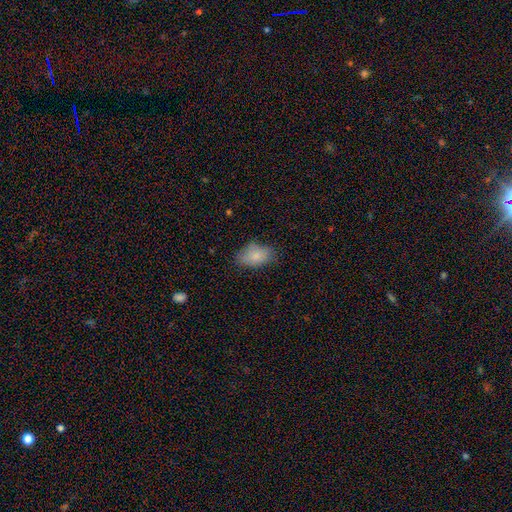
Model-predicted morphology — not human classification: Smooth or featured?
  - smooth: 83% *
  - featured or disk: 9%
  - star or artifact: 7%
How rounded?
  - in between: 91% *
  - round: 7%
  - cigar-shaped: 2%
Merging?
  - none: 72% *
  - minor disturbance: 22%
  - major disturbance: 5%
  - merger: 1%